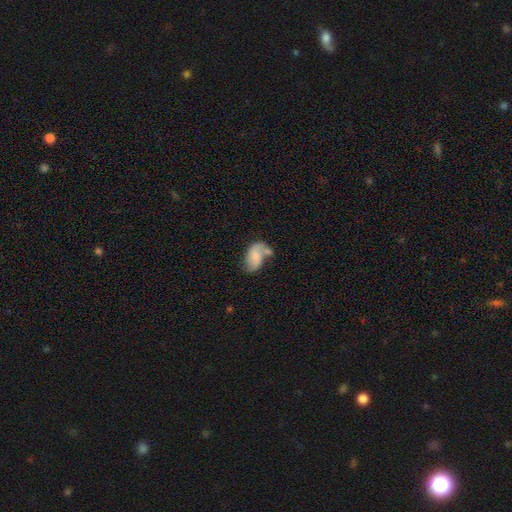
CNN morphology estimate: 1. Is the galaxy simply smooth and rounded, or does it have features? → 51% featured or disk, 41% smooth, 8% star or artifact.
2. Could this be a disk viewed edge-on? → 97% no, 3% yes.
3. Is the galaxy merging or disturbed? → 36% none, 28% merger, 22% minor disturbance, 13% major disturbance.